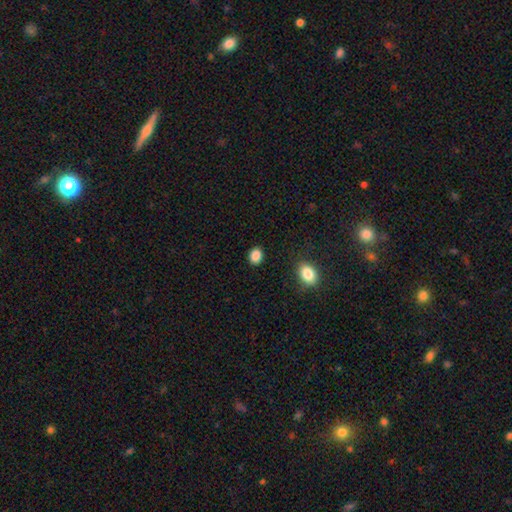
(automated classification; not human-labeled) smooth_or_featured: smooth (p=0.87) [alt: star or artifact p=0.10]
how_rounded: round (p=0.50) [alt: in between p=0.49]
merging: none (p=0.88) [alt: minor disturbance p=0.08]